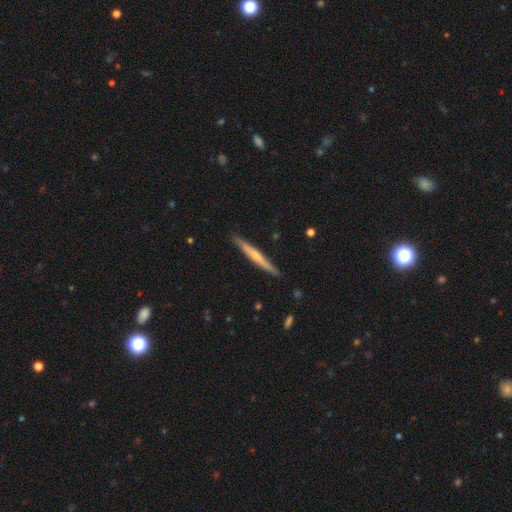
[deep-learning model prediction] A featured or disk galaxy (50%) viewed edge-on (97%). Merging: none (89%).